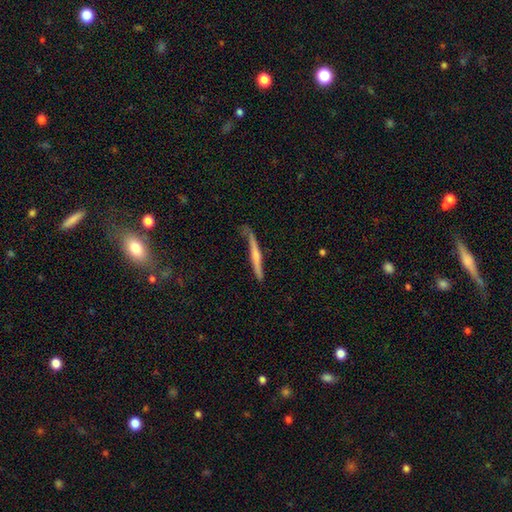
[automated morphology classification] A featured or disk galaxy (53%) viewed edge-on (93%).

Vote fractions:
- Smooth or featured? featured or disk: 53% / smooth: 42% / star or artifact: 5%
- Edge-on disk? yes: 93% / no: 7%
- Merging? none: 65% / minor disturbance: 25% / major disturbance: 8% / merger: 3%